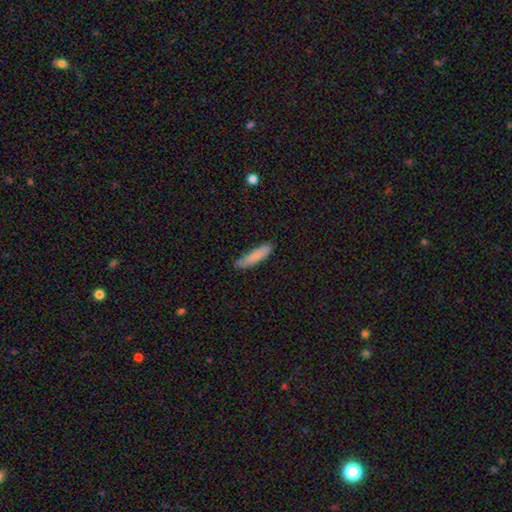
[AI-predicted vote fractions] smooth 83%, featured or disk 11%, star or artifact 6%. Down the decision tree: how rounded — cigar-shaped (80%); merging — none (75%).